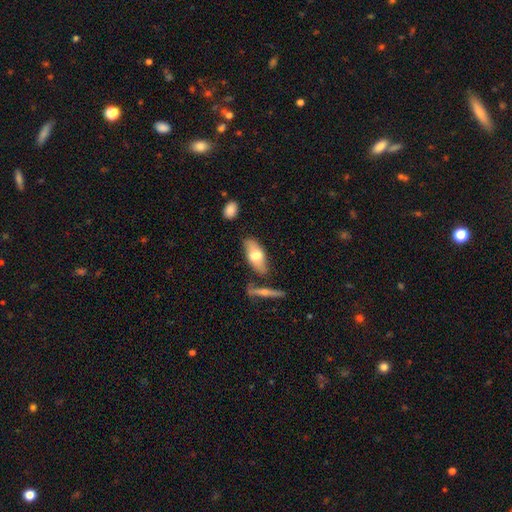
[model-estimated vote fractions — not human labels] Smooth or featured: smooth — 61% (featured or disk — 33%)
How rounded: in between — 82% (cigar-shaped — 14%)
Merging: none — 72% (minor disturbance — 16%)